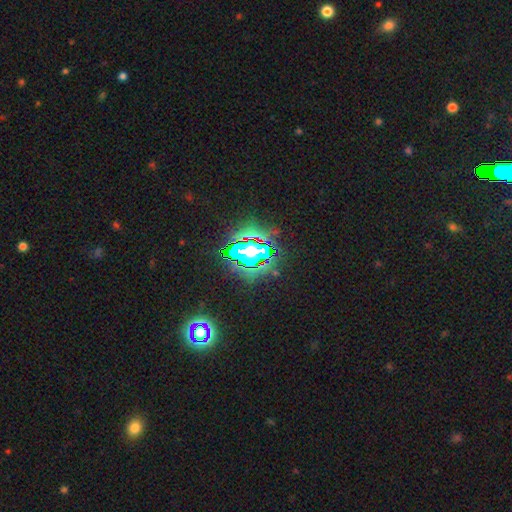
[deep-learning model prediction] This is likely a star or artifact rather than a galaxy (72%).